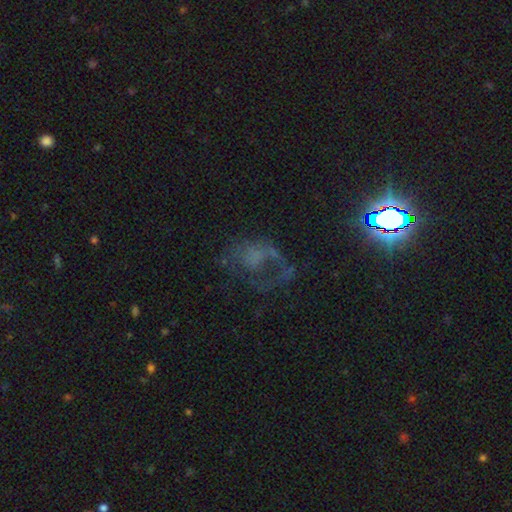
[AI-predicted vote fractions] smooth-or-featured: featured or disk: 45% | star or artifact: 31% | smooth: 24%
  merging: major disturbance: 43% | none: 37% | minor disturbance: 16% | merger: 4%